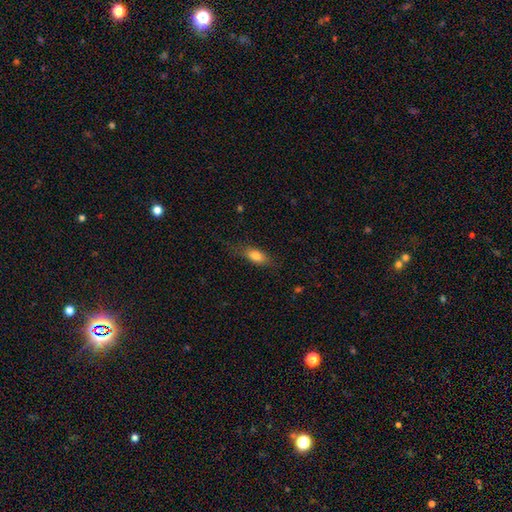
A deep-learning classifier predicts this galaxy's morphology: This appears to be a smooth galaxy with no disk features (78%) that is in between round and cigar-shaped (79%). Merging: none (70%).